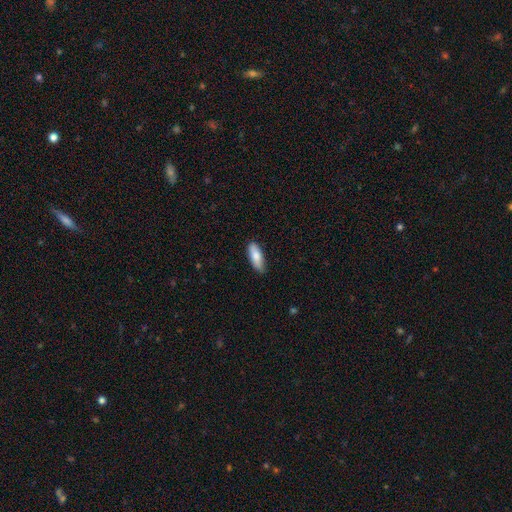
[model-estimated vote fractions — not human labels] Smooth or featured? Predicted: smooth (p=0.81). How rounded? Predicted: in between (p=0.63). Merging? Predicted: none (p=0.83).